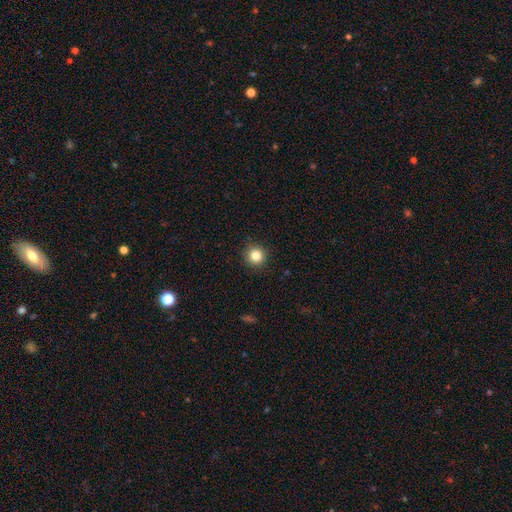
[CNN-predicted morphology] The model was most divided on "smooth or featured": smooth: 83%, star or artifact: 11%, featured or disk: 5%. More confident: how rounded — round (95%); merging — none (91%).